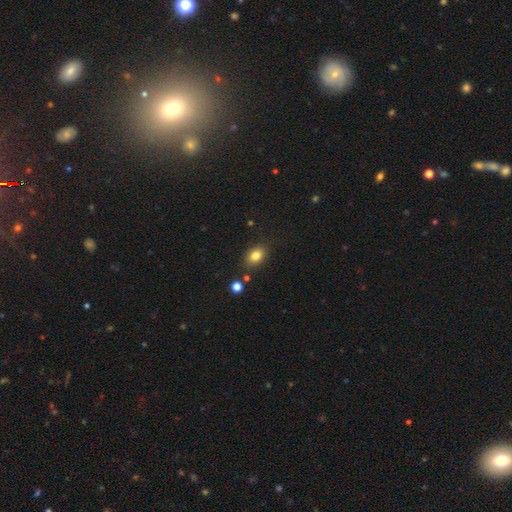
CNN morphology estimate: Q: Smooth or featured?
A: smooth (81%); runner-up: star or artifact (11%)
Q: How rounded?
A: in between (75%); runner-up: round (23%)
Q: Merging?
A: none (80%); runner-up: minor disturbance (13%)